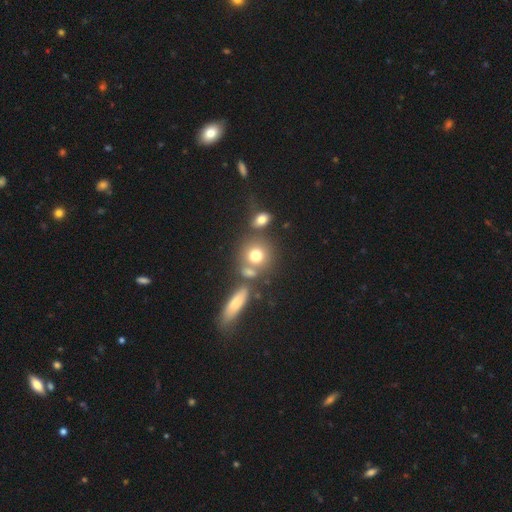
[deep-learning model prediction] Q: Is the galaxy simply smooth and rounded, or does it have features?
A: smooth — 72%.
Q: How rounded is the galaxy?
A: round — 80%.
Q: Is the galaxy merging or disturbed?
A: none — 55%.